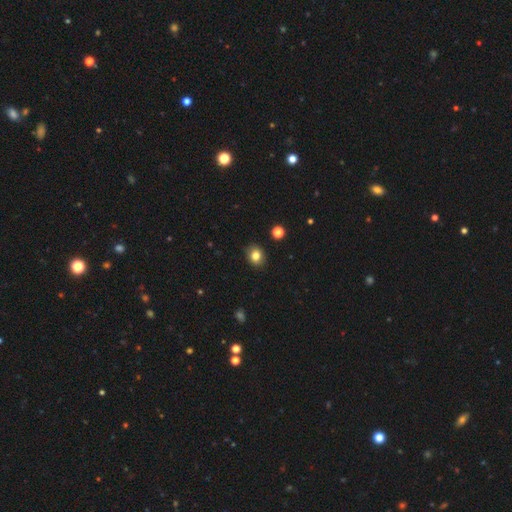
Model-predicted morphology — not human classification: Smooth or featured: smooth — 82% (star or artifact — 11%)
How rounded: round — 59% (in between — 40%)
Merging: none — 88% (minor disturbance — 8%)